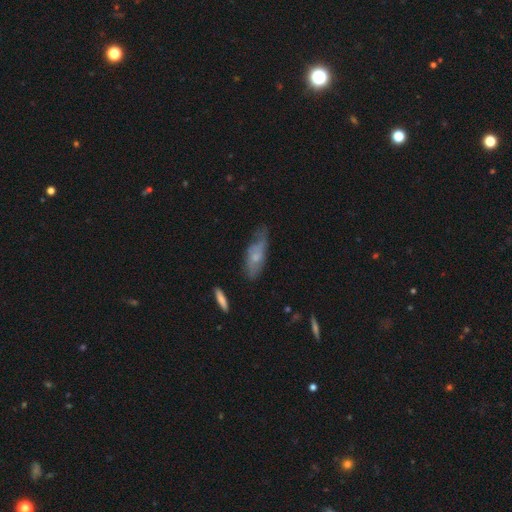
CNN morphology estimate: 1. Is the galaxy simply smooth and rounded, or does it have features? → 51% smooth, 41% featured or disk, 8% star or artifact.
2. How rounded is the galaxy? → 70% in between, 27% cigar-shaped, 3% round.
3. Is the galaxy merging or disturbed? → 44% none, 38% minor disturbance, 16% major disturbance, 2% merger.